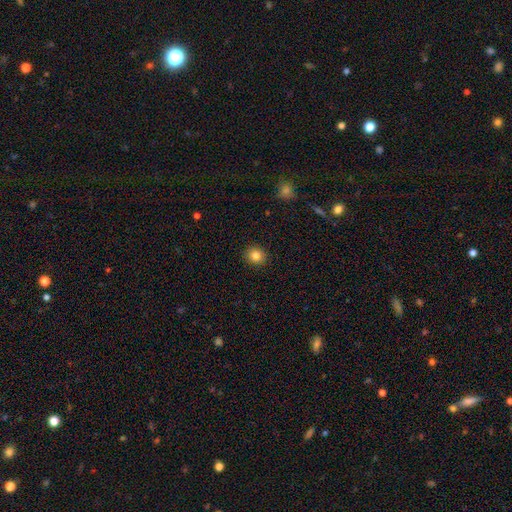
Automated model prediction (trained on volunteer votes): Morphology: type=smooth (83%); roundness=round (79%); merging=none (91%).